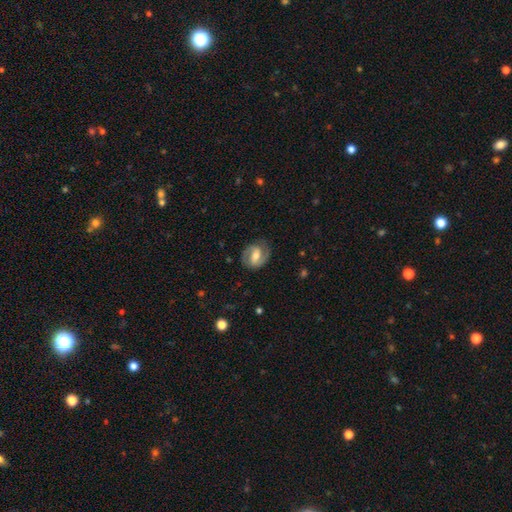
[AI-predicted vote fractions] smooth_or_featured: featured or disk (p=0.75) [alt: smooth p=0.20]
disk_edge_on: no (p=0.97) [alt: yes p=0.03]
bar: weak (p=0.46) [alt: strong p=0.33]
has_spiral_arms: yes (p=0.90) [alt: no p=0.10]
spiral_winding: medium (p=0.50) [alt: tight p=0.34]
spiral_arm_count: 2 (p=0.88) [alt: can't tell p=0.05]
bulge_size: moderate (p=0.63) [alt: small p=0.24]
merging: none (p=0.81) [alt: minor disturbance p=0.13]